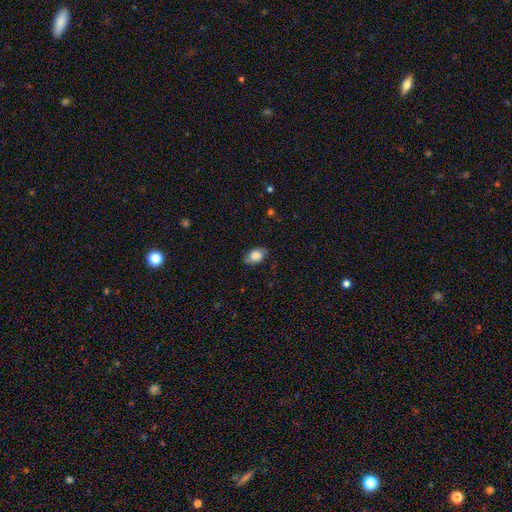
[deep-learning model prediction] smooth-or-featured: smooth: 81% | featured or disk: 12% | star or artifact: 7%
  how-rounded: in between: 86% | round: 12% | cigar-shaped: 1%
  merging: none: 77% | minor disturbance: 18% | major disturbance: 4% | merger: 1%